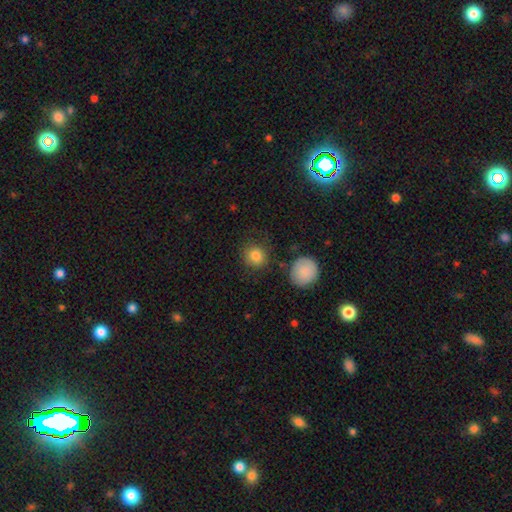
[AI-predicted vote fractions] The model was most divided on "merging": none: 83%, minor disturbance: 10%, major disturbance: 4%, merger: 4%. More confident: how rounded — round (90%); smooth or featured — smooth (84%).